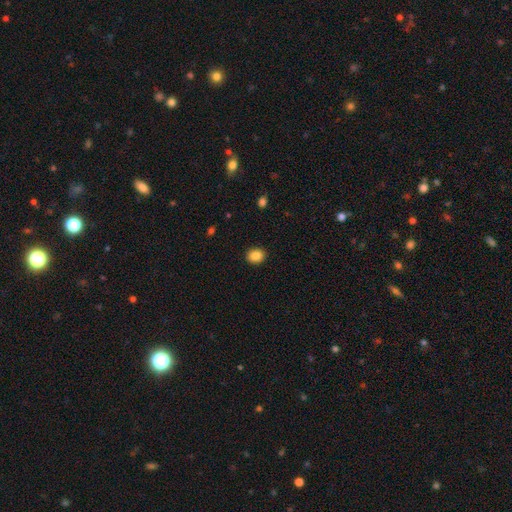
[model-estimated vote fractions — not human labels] This is clearly a smooth galaxy (87%). How rounded: likely round (61%). Merging: clearly none (91%).